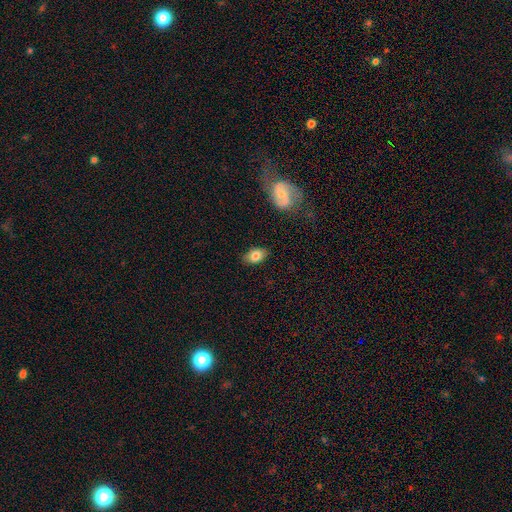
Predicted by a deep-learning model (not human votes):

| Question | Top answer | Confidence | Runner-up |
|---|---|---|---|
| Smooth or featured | smooth | 78% | featured or disk (14%) |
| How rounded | in between | 89% | round (9%) |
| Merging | none | 82% | minor disturbance (13%) |